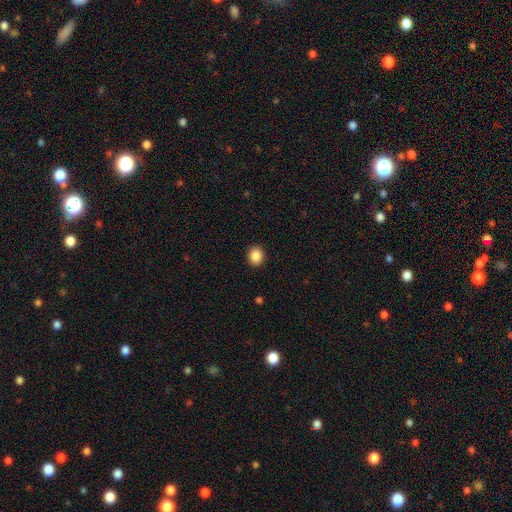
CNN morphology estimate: A smooth galaxy with no disk features (87%) that is round (73%).

Vote fractions:
- Smooth or featured? smooth: 87% / star or artifact: 9% / featured or disk: 4%
- How rounded? round: 73% / in between: 26% / cigar-shaped: 1%
- Merging? none: 92% / minor disturbance: 6% / major disturbance: 2% / merger: 1%